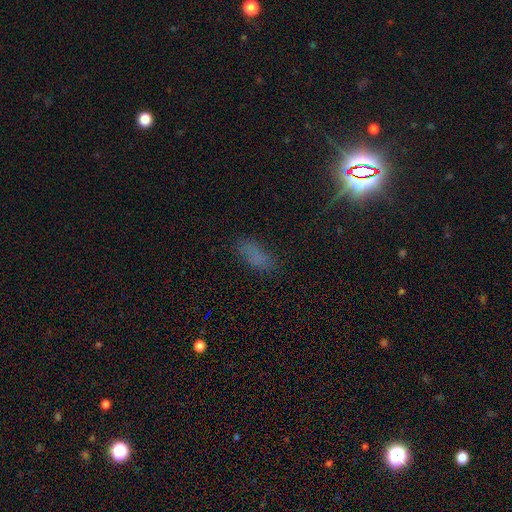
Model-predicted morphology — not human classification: smooth_or_featured: smooth (p=0.64) [alt: star or artifact p=0.24]
how_rounded: in between (p=0.76) [alt: cigar-shaped p=0.21]
merging: none (p=0.71) [alt: minor disturbance p=0.18]